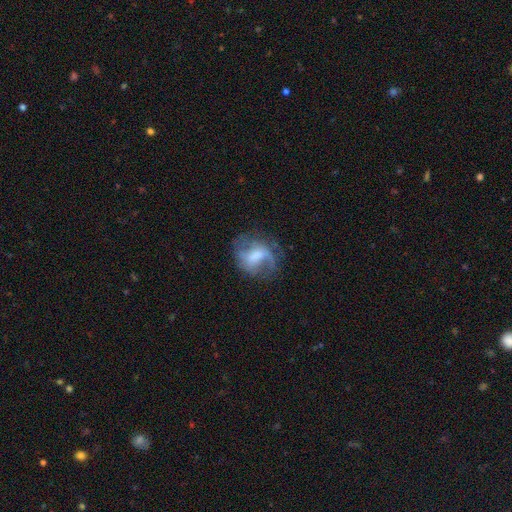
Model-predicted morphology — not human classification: smooth-or-featured: featured or disk: 61% | smooth: 30% | star or artifact: 9%
  disk-edge-on: no: 97% | yes: 3%
    bar: weak: 47% | no: 32% | strong: 21%
    has-spiral-arms: yes: 76% | no: 24%
    bulge-size: moderate: 34% | none: 24% | large: 21% | small: 19% | dominant: 3%
  merging: none: 51% | major disturbance: 24% | minor disturbance: 23% | merger: 2%